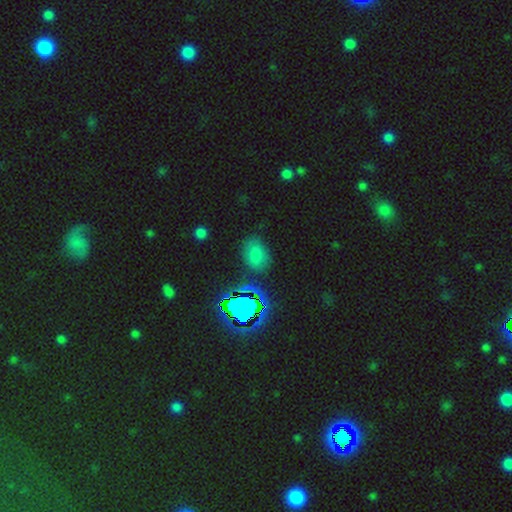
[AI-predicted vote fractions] Smooth or featured? Predicted: smooth (p=0.67). How rounded? Predicted: in between (p=0.75). Merging? Predicted: none (p=0.76).